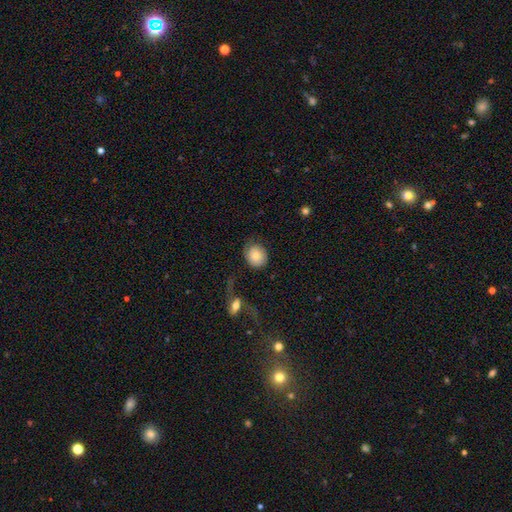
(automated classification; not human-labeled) Overall: smooth (75%). How rounded: round (66%; in between 33%). Merging: none (61%).